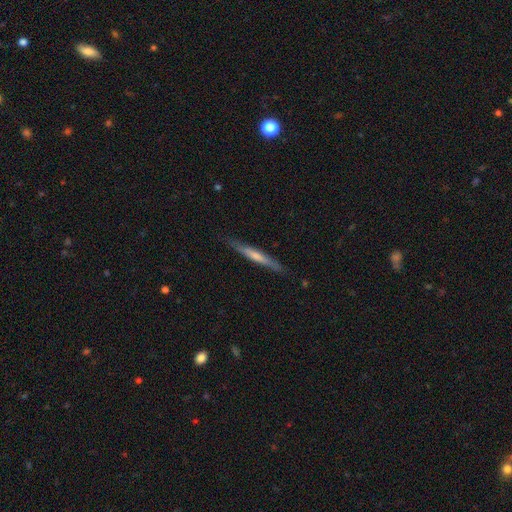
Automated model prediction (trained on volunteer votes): Overall: featured or disk (65%; smooth 27%). Edge-on disk: yes (96%). Edge-on bulge: rounded (62%; none 29%). Merging: none (88%).